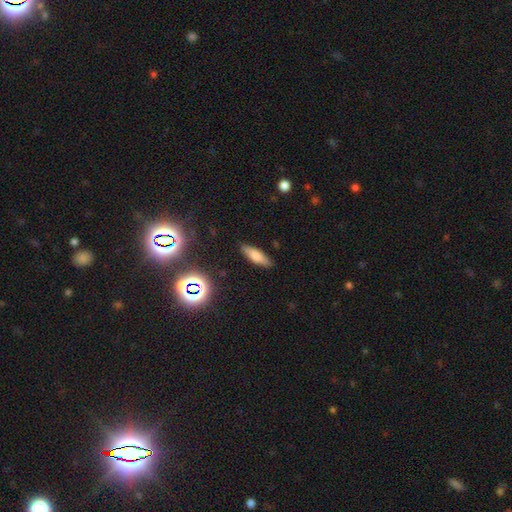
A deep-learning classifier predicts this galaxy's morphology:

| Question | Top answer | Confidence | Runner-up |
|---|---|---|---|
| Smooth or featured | smooth | 68% | featured or disk (20%) |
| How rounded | in between | 51% | cigar-shaped (47%) |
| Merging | none | 86% | minor disturbance (10%) |